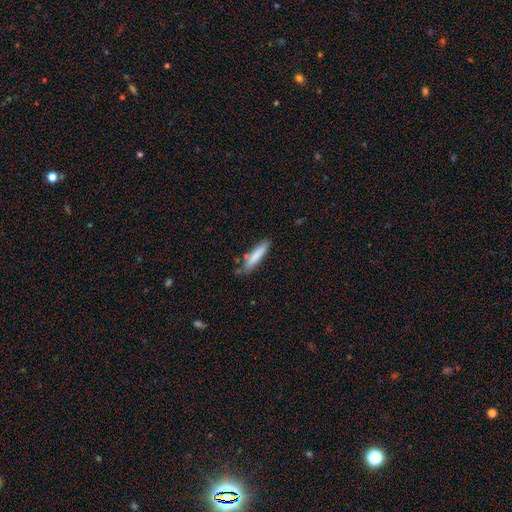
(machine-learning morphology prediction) Smooth or featured? Predicted: smooth (p=0.80). How rounded? Predicted: cigar-shaped (p=0.84). Merging? Predicted: none (p=0.72).